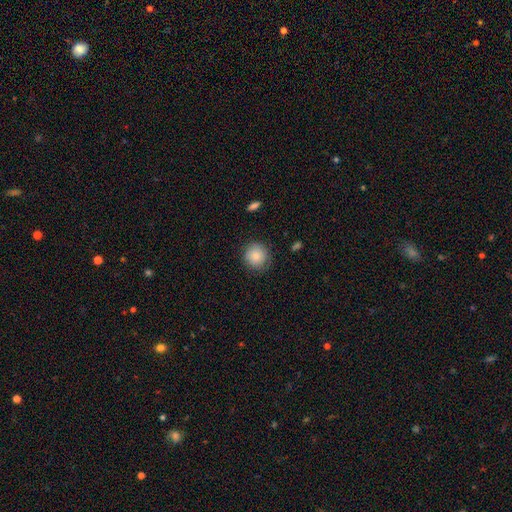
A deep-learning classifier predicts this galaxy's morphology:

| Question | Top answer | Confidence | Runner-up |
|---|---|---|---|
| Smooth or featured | smooth | 86% | star or artifact (8%) |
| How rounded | round | 92% | in between (7%) |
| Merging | none | 84% | minor disturbance (11%) |